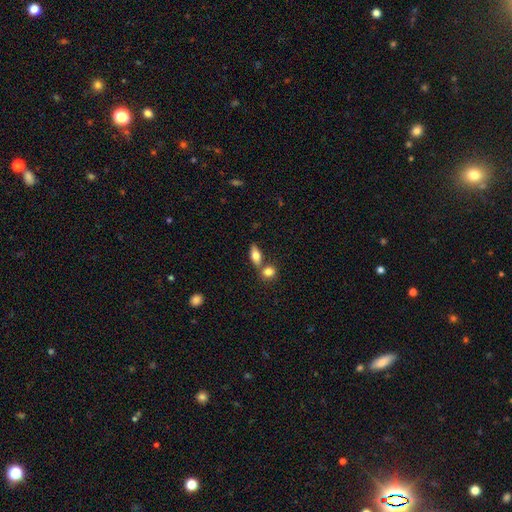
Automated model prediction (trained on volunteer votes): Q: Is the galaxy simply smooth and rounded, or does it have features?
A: smooth — 72%.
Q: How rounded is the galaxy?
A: in between — 79%.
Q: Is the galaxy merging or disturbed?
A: none — 57%.